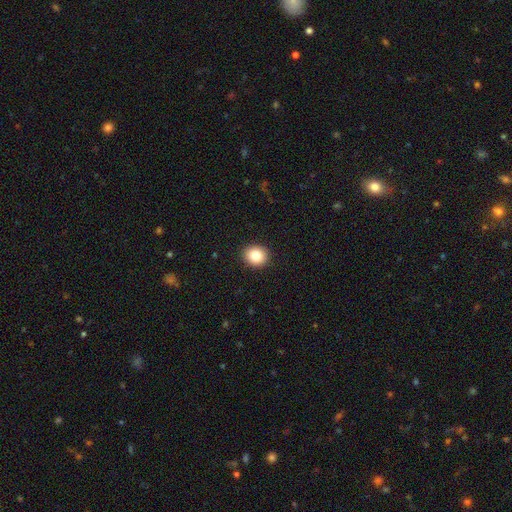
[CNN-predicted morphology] type=smooth (84%); roundness=round (73%); merging=none (91%).